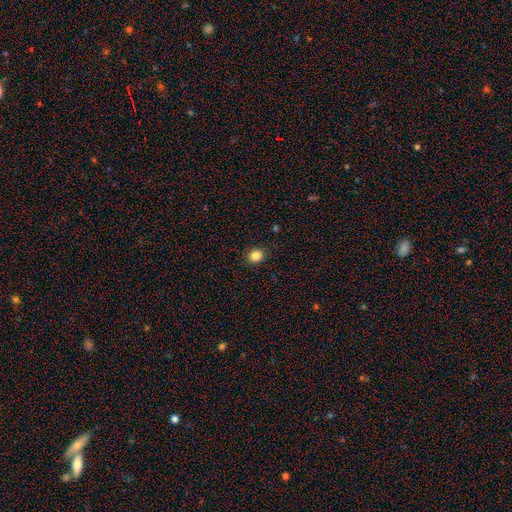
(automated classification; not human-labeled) Q: Smooth or featured?
A: smooth (84%); runner-up: star or artifact (11%)
Q: How rounded?
A: round (68%); runner-up: in between (31%)
Q: Merging?
A: none (90%); runner-up: minor disturbance (7%)